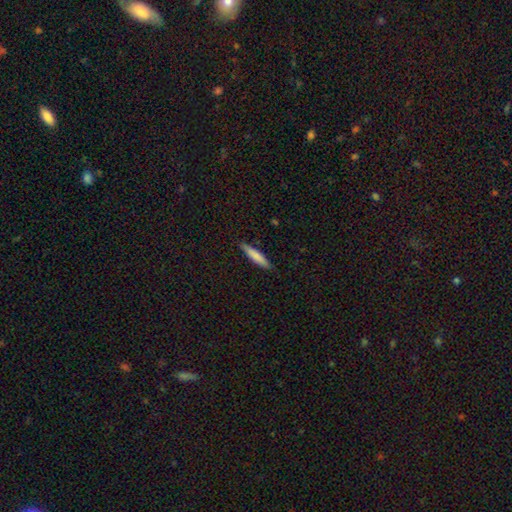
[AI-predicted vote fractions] Overall: smooth (78%). How rounded: cigar-shaped (88%). Merging: none (88%).